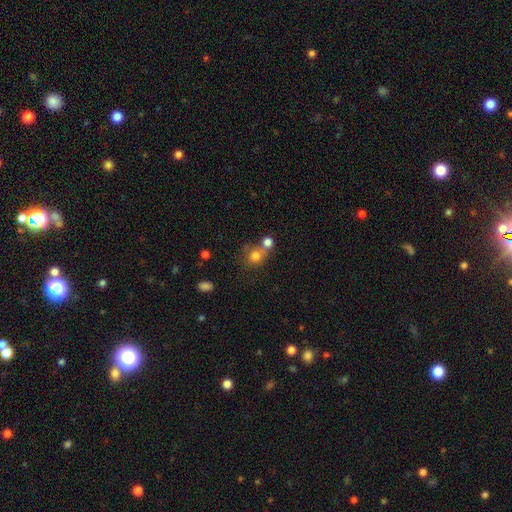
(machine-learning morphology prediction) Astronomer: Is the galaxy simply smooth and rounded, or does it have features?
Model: smooth — 77%.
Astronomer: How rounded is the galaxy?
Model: round — 80%.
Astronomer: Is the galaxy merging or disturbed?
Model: none — 44% (runner-up: merger, 42%).